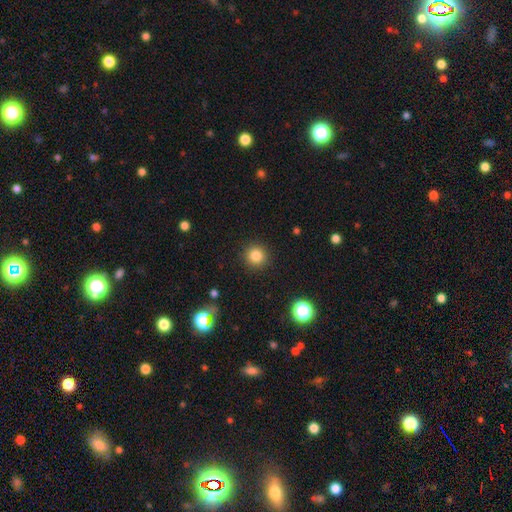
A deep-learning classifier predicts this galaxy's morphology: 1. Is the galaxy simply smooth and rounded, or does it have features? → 83% smooth, 12% star or artifact, 5% featured or disk.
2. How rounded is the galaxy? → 94% round, 5% in between, 1% cigar-shaped.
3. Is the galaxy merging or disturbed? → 91% none, 6% minor disturbance, 2% major disturbance, 1% merger.